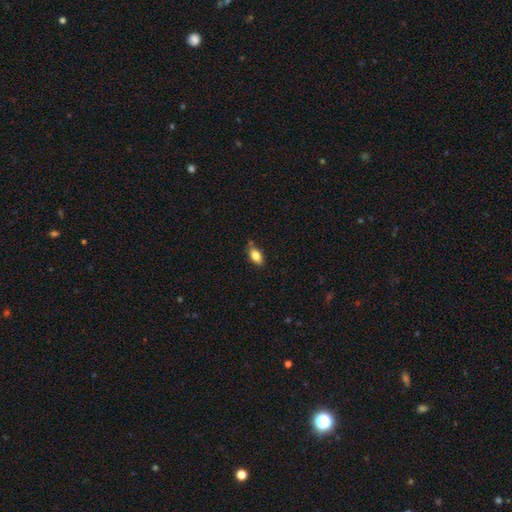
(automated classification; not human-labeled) Smooth or featured? smooth (81%)
How rounded? in between (89%)
Merging? none (77%)